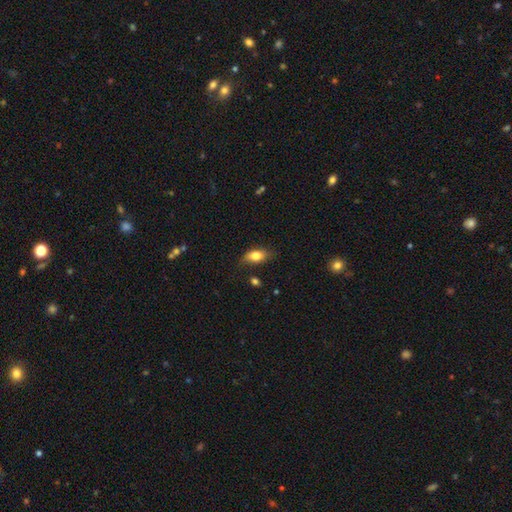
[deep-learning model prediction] Smooth or featured? Predicted: smooth (p=0.78). How rounded? Predicted: in between (p=0.84). Merging? Predicted: none (p=0.70).